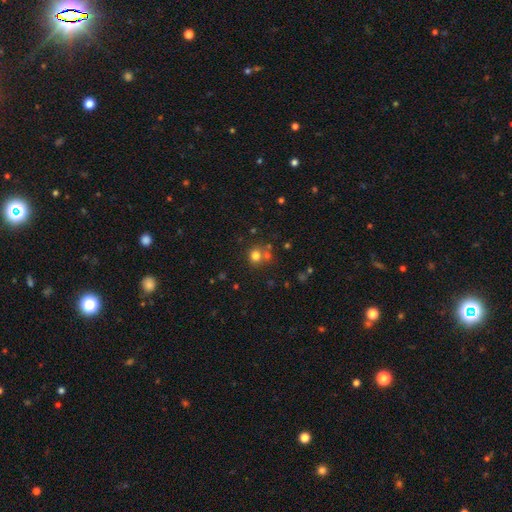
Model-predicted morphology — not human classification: The model was most divided on "merging": none: 62%, merger: 26%, minor disturbance: 8%, major disturbance: 4%. More confident: how rounded — round (87%); smooth or featured — smooth (73%).